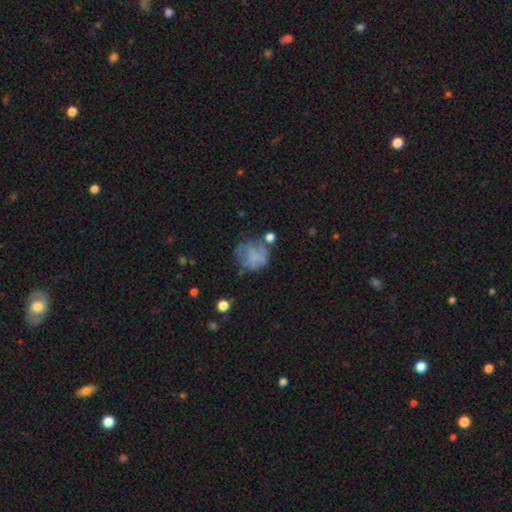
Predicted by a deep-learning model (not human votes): Morphology: type=smooth (50%); roundness=round (75%); merging=none (44%).